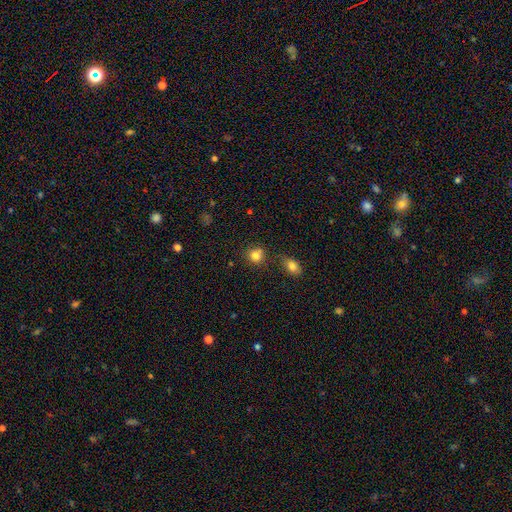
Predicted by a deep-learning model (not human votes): The model was most divided on "merging": none: 72%, minor disturbance: 13%, merger: 11%, major disturbance: 4%. More confident: how rounded — round (83%); smooth or featured — smooth (82%).